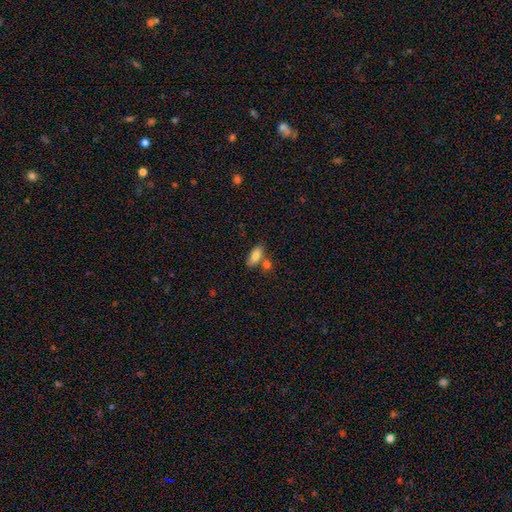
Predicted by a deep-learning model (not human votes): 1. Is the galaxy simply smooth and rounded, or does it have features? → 80% smooth, 12% featured or disk, 8% star or artifact.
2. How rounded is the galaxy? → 85% in between, 11% cigar-shaped, 4% round.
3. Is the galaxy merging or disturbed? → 56% none, 25% merger, 15% minor disturbance, 4% major disturbance.